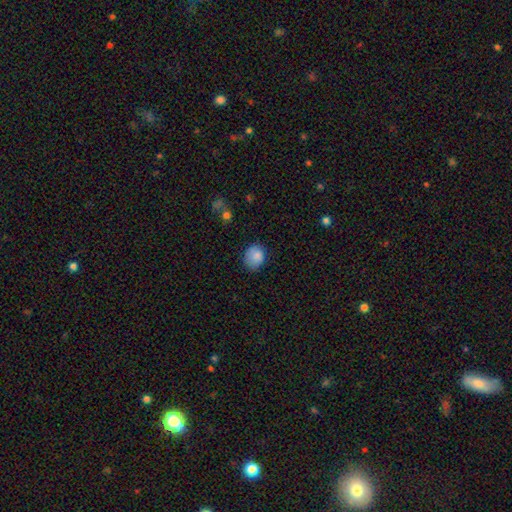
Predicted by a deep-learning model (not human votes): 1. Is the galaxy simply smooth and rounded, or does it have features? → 85% smooth, 8% star or artifact, 7% featured or disk.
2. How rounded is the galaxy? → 52% round, 47% in between, 1% cigar-shaped.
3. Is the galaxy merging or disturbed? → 66% none, 27% minor disturbance, 6% major disturbance, 2% merger.